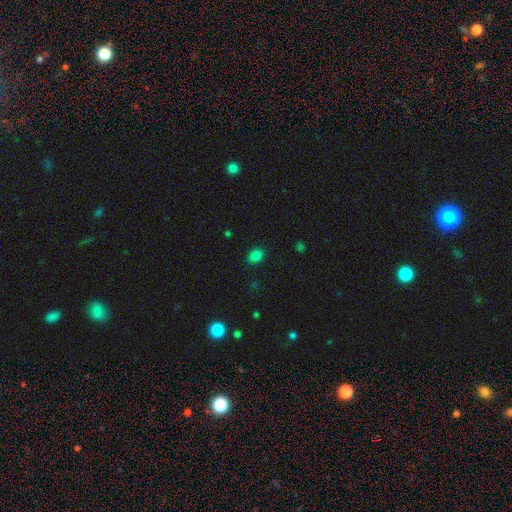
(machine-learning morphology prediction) type=smooth (82%); roundness=in between (73%); merging=none (87%).